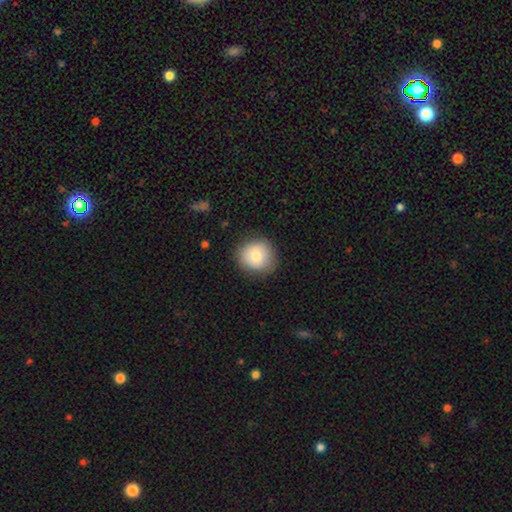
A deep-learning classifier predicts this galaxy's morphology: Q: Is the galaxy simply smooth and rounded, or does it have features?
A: smooth — 78%.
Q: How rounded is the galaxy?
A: round — 86%.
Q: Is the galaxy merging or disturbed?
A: none — 81%.